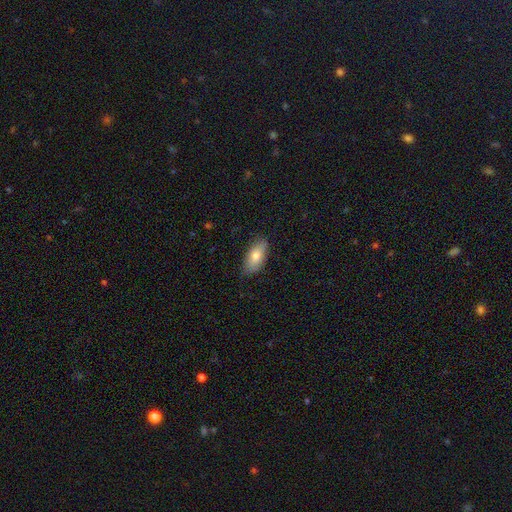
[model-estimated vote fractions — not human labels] Morphology: type=smooth (78%); roundness=in between (89%); merging=none (80%).